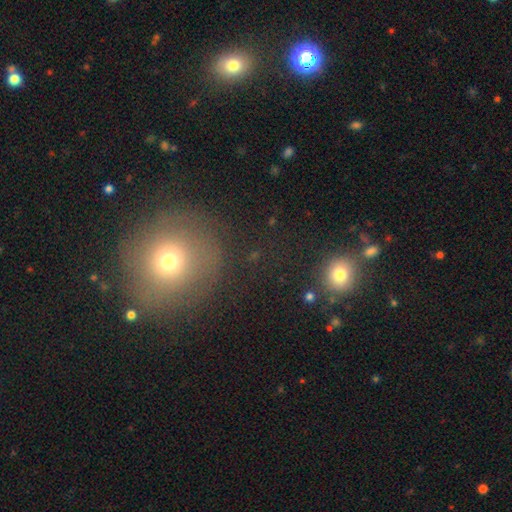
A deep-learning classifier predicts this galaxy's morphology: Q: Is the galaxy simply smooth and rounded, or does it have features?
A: smooth — 52%.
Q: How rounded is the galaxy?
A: round — 86%.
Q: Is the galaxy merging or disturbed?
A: none — 78%.